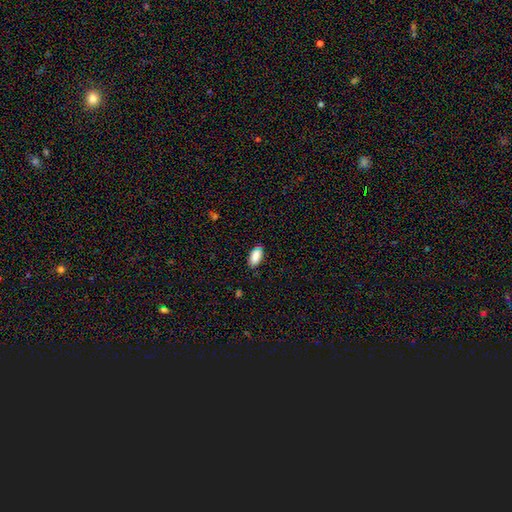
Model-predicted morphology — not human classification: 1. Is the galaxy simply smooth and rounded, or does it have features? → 86% smooth, 9% star or artifact, 5% featured or disk.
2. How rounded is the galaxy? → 92% in between, 4% cigar-shaped, 4% round.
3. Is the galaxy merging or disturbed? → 80% none, 15% minor disturbance, 3% major disturbance, 2% merger.